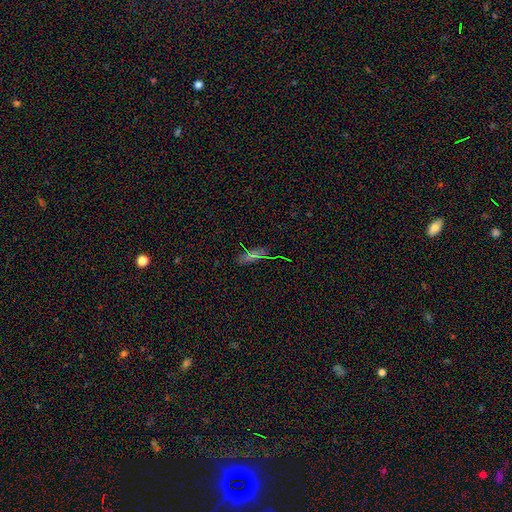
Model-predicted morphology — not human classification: Overall: smooth (54%; star or artifact 29%). How rounded: in between (55%; cigar-shaped 39%). Merging: none (74%).